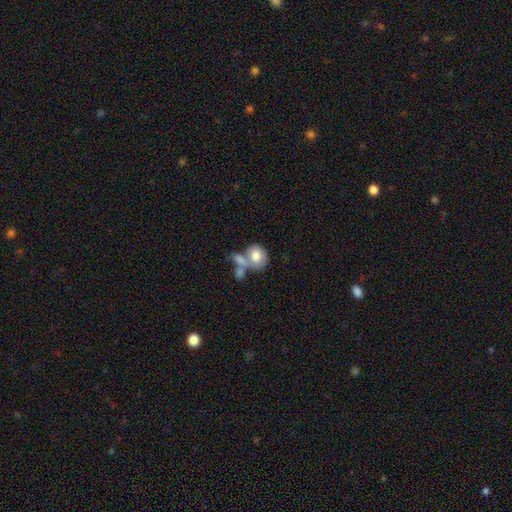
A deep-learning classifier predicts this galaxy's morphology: This is likely a smooth galaxy (72%). How rounded: possibly round (53%). Merging: possibly merger (49%).